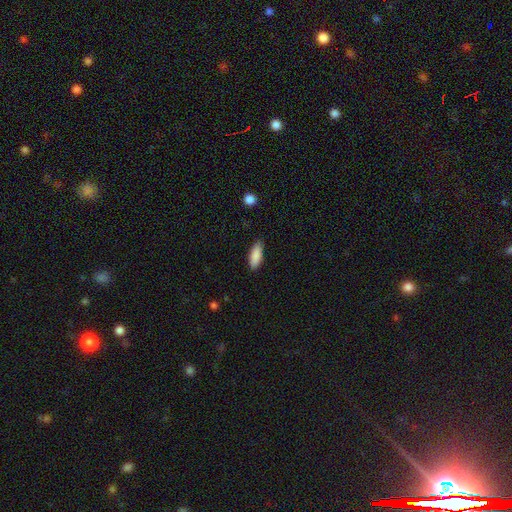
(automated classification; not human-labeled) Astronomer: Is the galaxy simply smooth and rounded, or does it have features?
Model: smooth — 88%.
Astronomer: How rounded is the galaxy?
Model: in between — 73%.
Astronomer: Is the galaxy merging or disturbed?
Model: none — 83%.